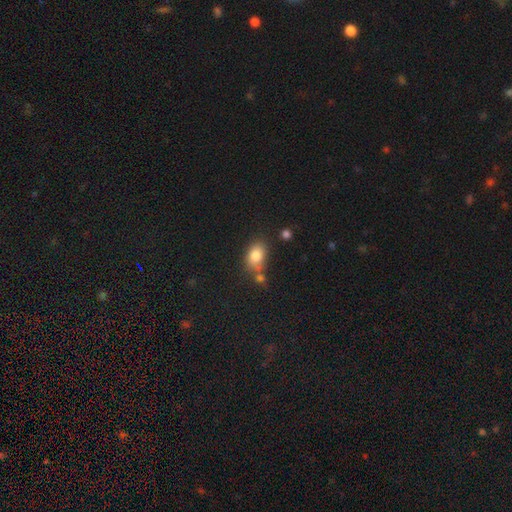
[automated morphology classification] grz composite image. It shows a smooth galaxy with no disk features (82%) that is in between round and cigar-shaped (79%). Merging: none (59%).